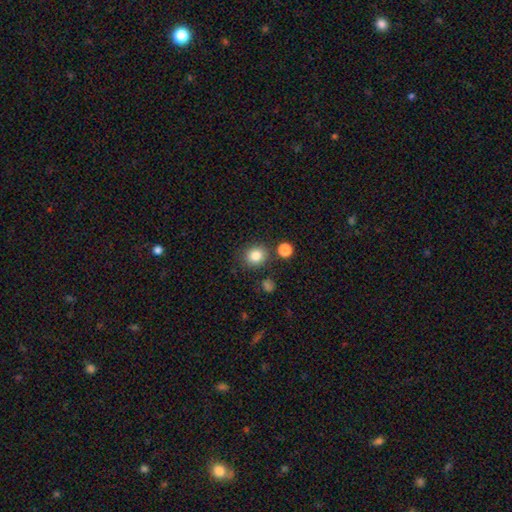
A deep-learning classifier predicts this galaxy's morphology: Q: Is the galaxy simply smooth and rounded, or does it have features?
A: smooth — 83%.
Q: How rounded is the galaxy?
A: round — 79%.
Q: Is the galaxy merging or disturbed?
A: none — 81%.